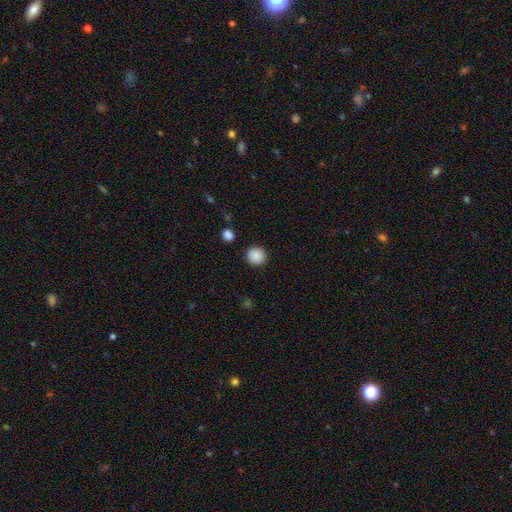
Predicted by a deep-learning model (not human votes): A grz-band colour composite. It shows a smooth galaxy with no disk features (88%) that is round (93%). Merging: none (91%).